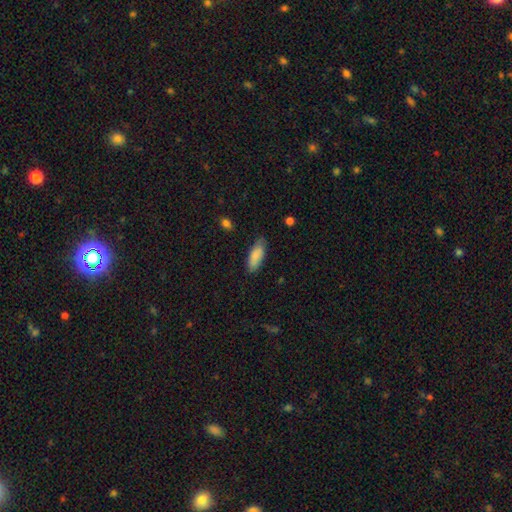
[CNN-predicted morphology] This appears to be a smooth galaxy with no disk features (86%) that is in between round and cigar-shaped (74%). Merging: none (77%).